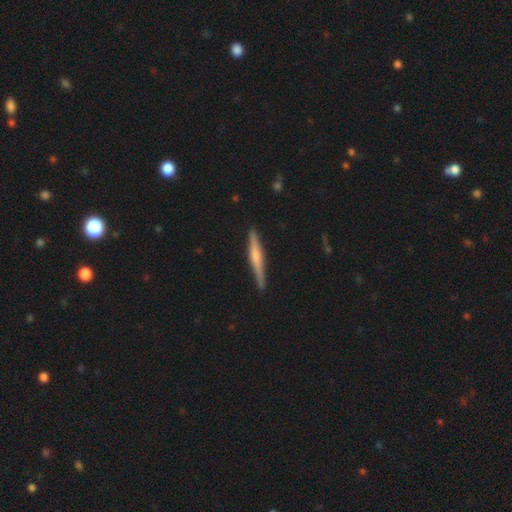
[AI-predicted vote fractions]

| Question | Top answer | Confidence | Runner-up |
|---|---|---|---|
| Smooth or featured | featured or disk | 58% | smooth (36%) |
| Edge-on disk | yes | 97% | no (3%) |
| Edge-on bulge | rounded | 59% | none (24%) |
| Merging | none | 87% | minor disturbance (10%) |